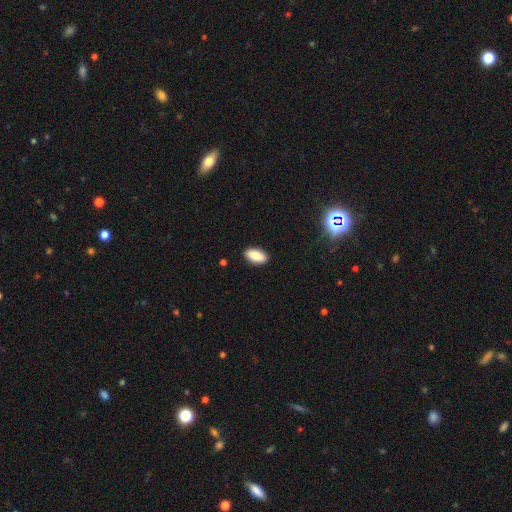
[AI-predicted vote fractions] Smooth or featured?
  - smooth: 83% *
  - featured or disk: 10%
  - star or artifact: 7%
How rounded?
  - in between: 90% *
  - cigar-shaped: 6%
  - round: 3%
Merging?
  - none: 89% *
  - minor disturbance: 8%
  - major disturbance: 2%
  - merger: 1%